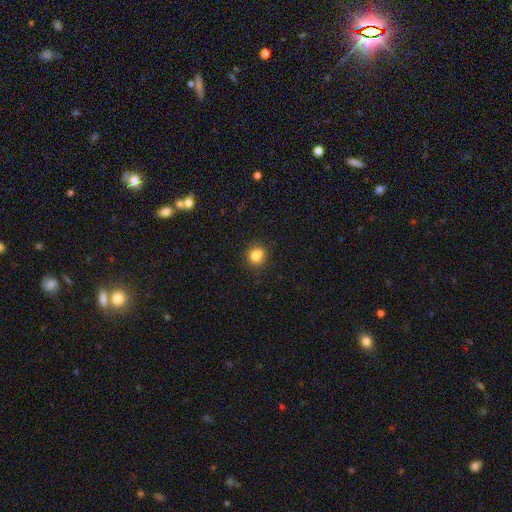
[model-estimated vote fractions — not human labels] Q: Smooth or featured?
A: smooth (82%); runner-up: star or artifact (12%)
Q: How rounded?
A: round (78%); runner-up: in between (21%)
Q: Merging?
A: none (76%); runner-up: minor disturbance (16%)